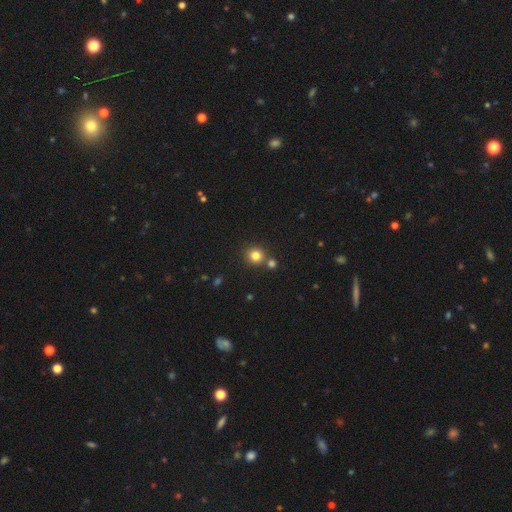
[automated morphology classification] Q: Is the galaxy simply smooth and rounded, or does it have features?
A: smooth — 81%.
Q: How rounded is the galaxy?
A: round — 90%.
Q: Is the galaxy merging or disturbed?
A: none — 74%.